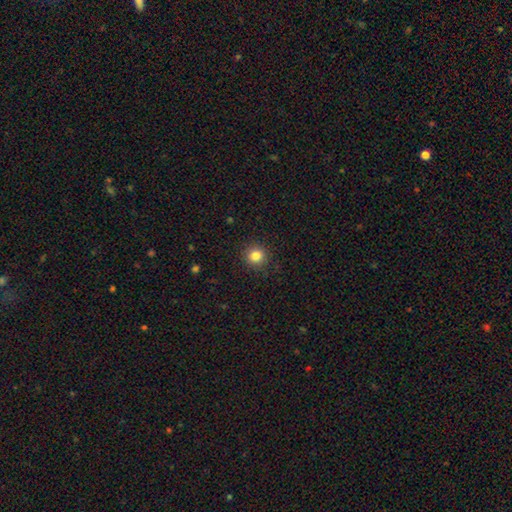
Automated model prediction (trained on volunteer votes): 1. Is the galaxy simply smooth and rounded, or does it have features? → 83% smooth, 11% star or artifact, 5% featured or disk.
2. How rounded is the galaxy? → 93% round, 6% in between, 1% cigar-shaped.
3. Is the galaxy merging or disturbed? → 91% none, 6% minor disturbance, 2% major disturbance, 1% merger.